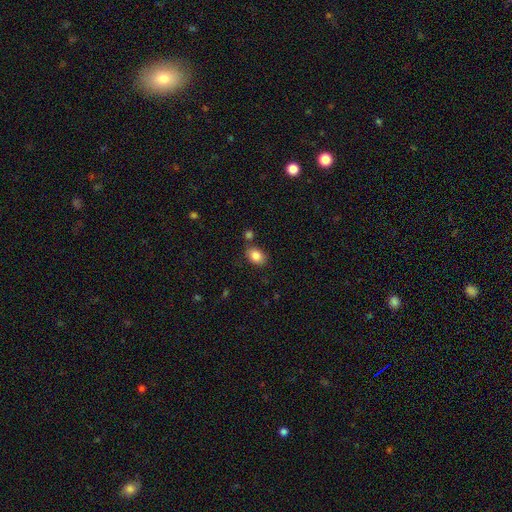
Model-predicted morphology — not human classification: Smooth or featured? Predicted: smooth (p=0.86). How rounded? Predicted: in between (p=0.79). Merging? Predicted: none (p=0.77).